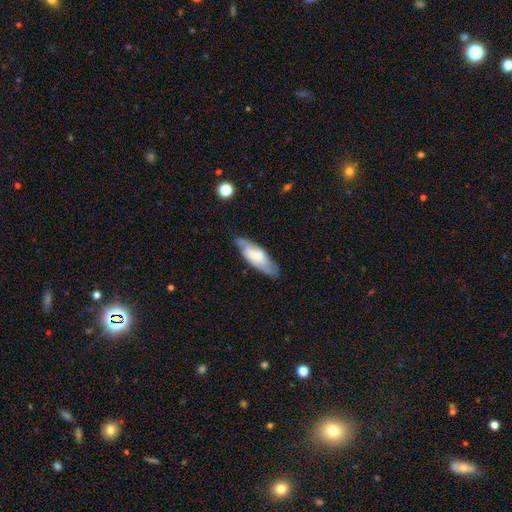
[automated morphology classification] A featured or disk galaxy (55%). Merging: none (71%).